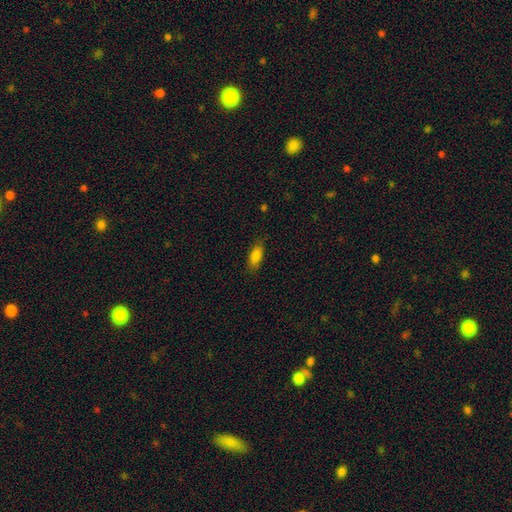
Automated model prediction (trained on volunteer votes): A smooth galaxy with no disk features (82%) that is in between round and cigar-shaped (77%).

Vote fractions:
- Smooth or featured? smooth: 82% / featured or disk: 10% / star or artifact: 8%
- How rounded? in between: 77% / cigar-shaped: 20% / round: 2%
- Merging? none: 83% / minor disturbance: 13% / major disturbance: 3% / merger: 1%